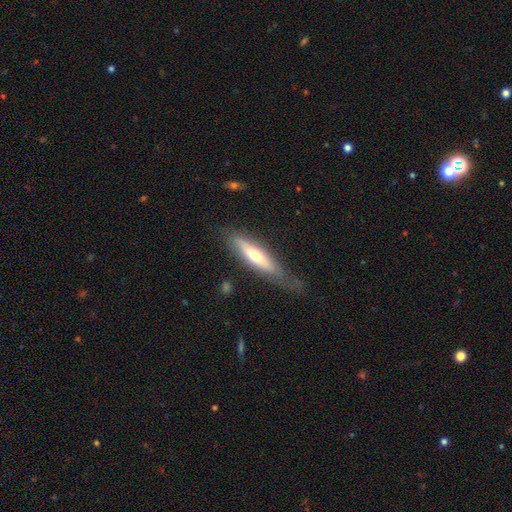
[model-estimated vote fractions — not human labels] A featured or disk galaxy (47%, tied with smooth).

Vote fractions:
- Smooth or featured? featured or disk: 47% (tied) / smooth: 47% (tied) / star or artifact: 6%
- Merging? none: 56% / minor disturbance: 28% / major disturbance: 14% / merger: 2%